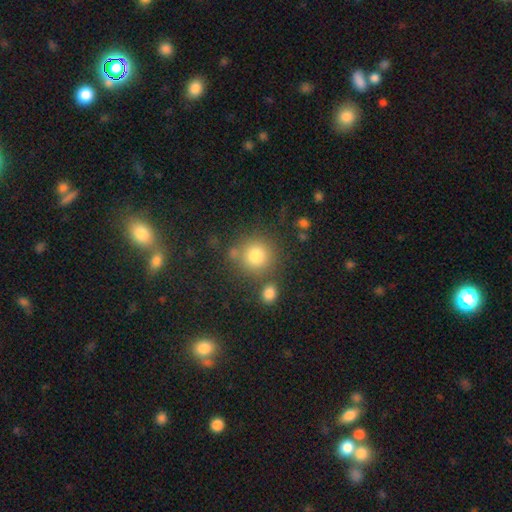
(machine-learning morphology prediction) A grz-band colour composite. It shows a smooth galaxy with no disk features (78%) that is round (91%). Merging: none (74%).